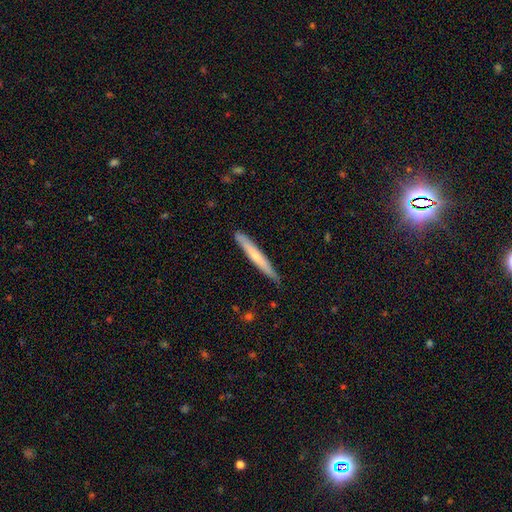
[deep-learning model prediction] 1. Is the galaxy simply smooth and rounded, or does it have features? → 54% smooth, 40% featured or disk, 6% star or artifact.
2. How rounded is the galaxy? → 96% cigar-shaped, 3% in between, 1% round.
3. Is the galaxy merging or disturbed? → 86% none, 12% minor disturbance, 2% major disturbance, 1% merger.